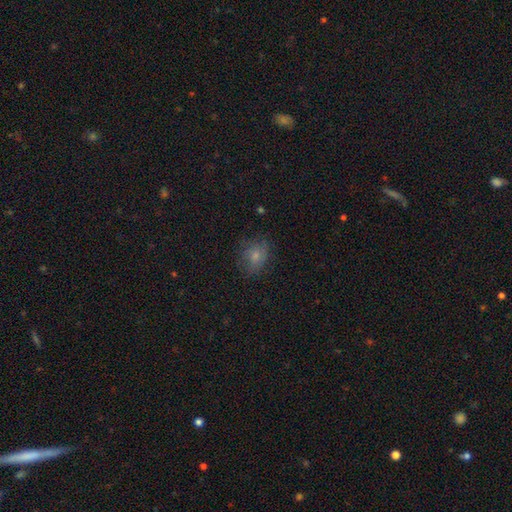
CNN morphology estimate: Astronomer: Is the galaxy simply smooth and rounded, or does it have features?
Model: smooth — 72%.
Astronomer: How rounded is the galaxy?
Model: round — 50% (runner-up: in between, 48%).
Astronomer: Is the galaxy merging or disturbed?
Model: none — 70%.